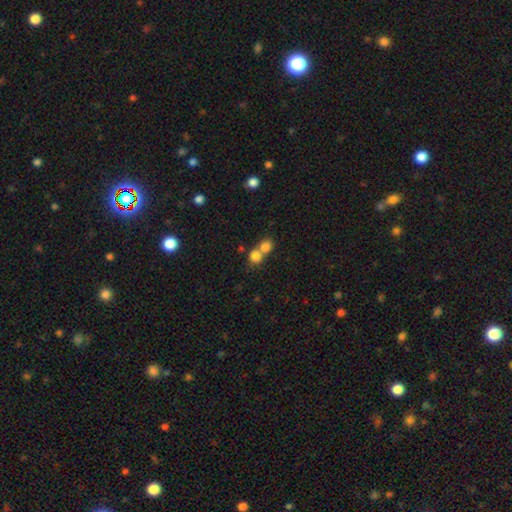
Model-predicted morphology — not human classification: Smooth or featured?
  - smooth: 80% *
  - star or artifact: 12%
  - featured or disk: 9%
How rounded?
  - round: 82% *
  - in between: 17%
  - cigar-shaped: 1%
Merging?
  - merger: 56% *
  - none: 36%
  - minor disturbance: 5%
  - major disturbance: 3%